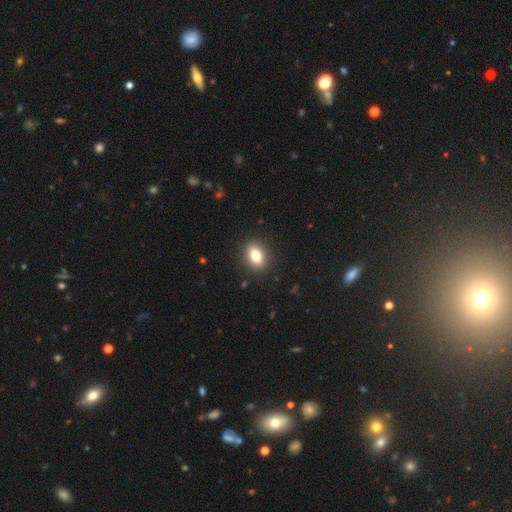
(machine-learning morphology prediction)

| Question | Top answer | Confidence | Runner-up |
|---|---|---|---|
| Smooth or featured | smooth | 80% | featured or disk (11%) |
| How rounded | in between | 71% | round (27%) |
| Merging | none | 89% | minor disturbance (7%) |